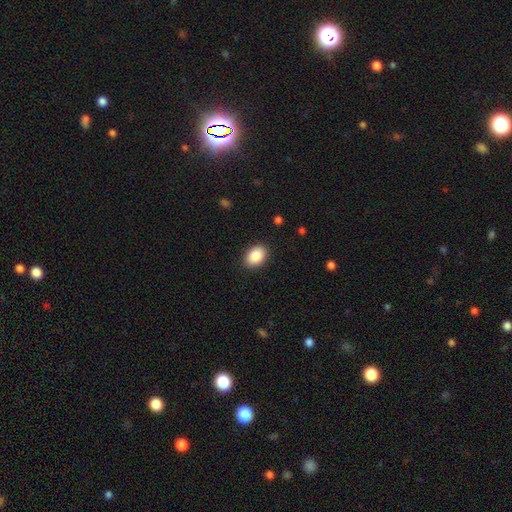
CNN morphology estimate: Overall: smooth (88%). How rounded: in between (82%). Merging: none (90%).